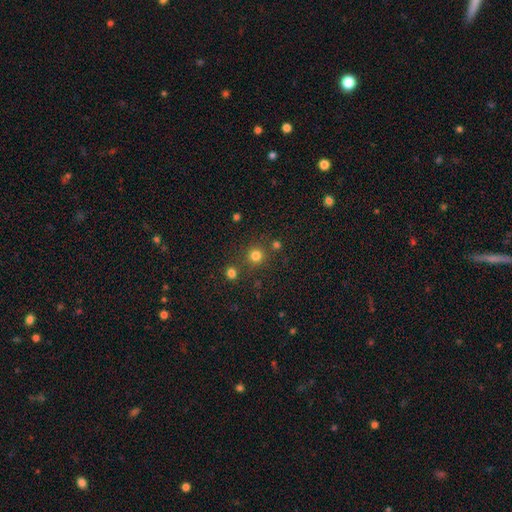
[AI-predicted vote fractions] Q: Smooth or featured?
A: smooth (79%); runner-up: star or artifact (16%)
Q: How rounded?
A: round (94%); runner-up: in between (5%)
Q: Merging?
A: none (81%); runner-up: merger (9%)